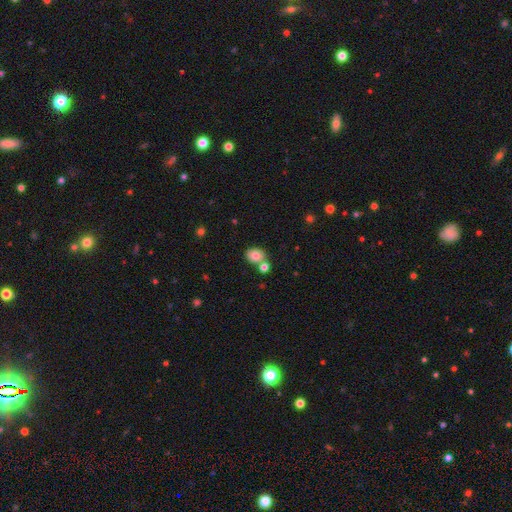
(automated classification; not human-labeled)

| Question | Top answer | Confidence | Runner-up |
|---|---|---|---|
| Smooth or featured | smooth | 81% | star or artifact (10%) |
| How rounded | round | 50% | in between (49%) |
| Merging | none | 65% | merger (22%) |